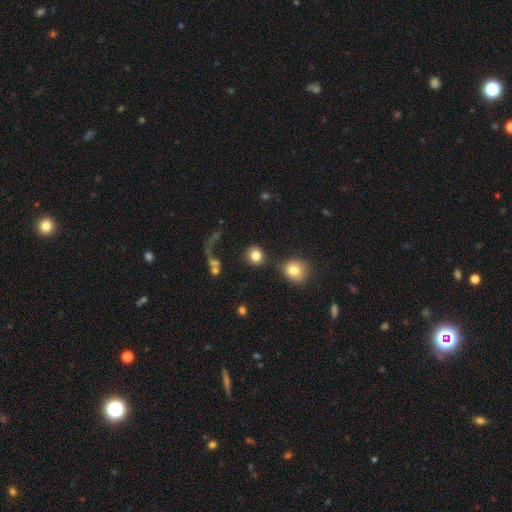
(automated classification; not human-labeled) smooth_or_featured: smooth (p=0.82) [alt: star or artifact p=0.10]
how_rounded: round (p=0.91) [alt: in between p=0.08]
merging: none (p=0.76) [alt: merger p=0.09]